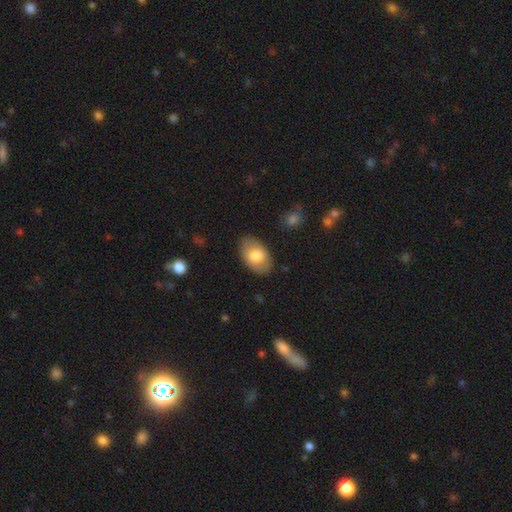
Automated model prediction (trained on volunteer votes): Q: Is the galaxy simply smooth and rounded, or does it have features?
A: smooth — 73%.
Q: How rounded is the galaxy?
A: in between — 91%.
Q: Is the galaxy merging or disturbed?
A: none — 84%.